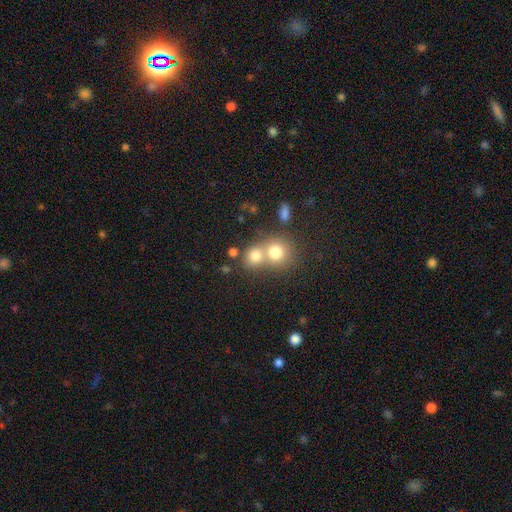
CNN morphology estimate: Smooth or featured: smooth — 75% (star or artifact — 13%)
How rounded: round — 78% (in between — 21%)
Merging: merger — 52% (none — 39%)